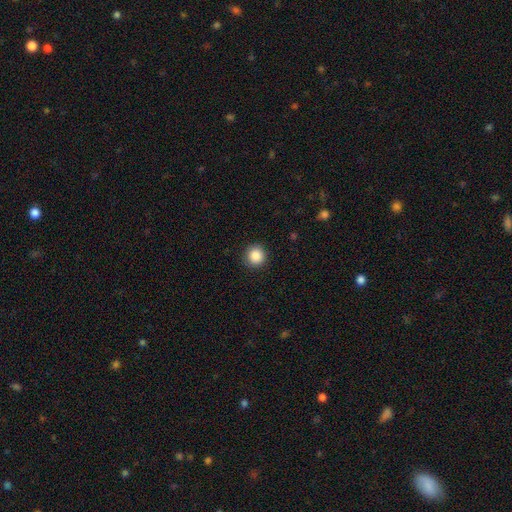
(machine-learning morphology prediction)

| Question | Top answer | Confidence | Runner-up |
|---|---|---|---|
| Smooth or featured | smooth | 88% | star or artifact (9%) |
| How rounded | round | 94% | in between (5%) |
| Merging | none | 91% | minor disturbance (6%) |